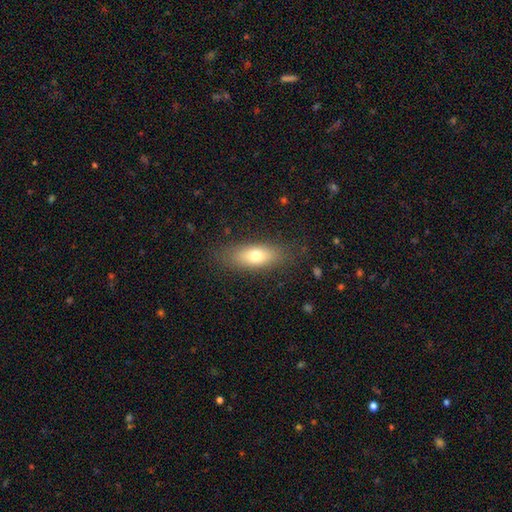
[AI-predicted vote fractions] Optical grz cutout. It shows a smooth galaxy with no disk features (70%) that is in between round and cigar-shaped (72%). Merging: none (83%).